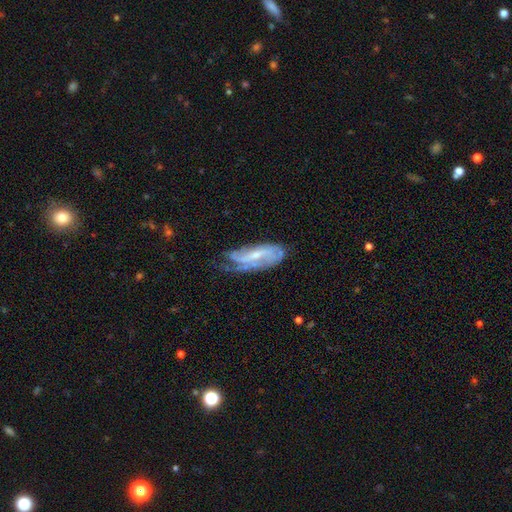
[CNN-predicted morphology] Smooth or featured? featured or disk (75%)
Edge-on disk? no (88%)
Bar? weak (43%)
Spiral arms? yes (88%)
Spiral winding? medium (38%)
Spiral arm count? 2 (41%)
Bulge size? small (62%)
Merging? none (46%)